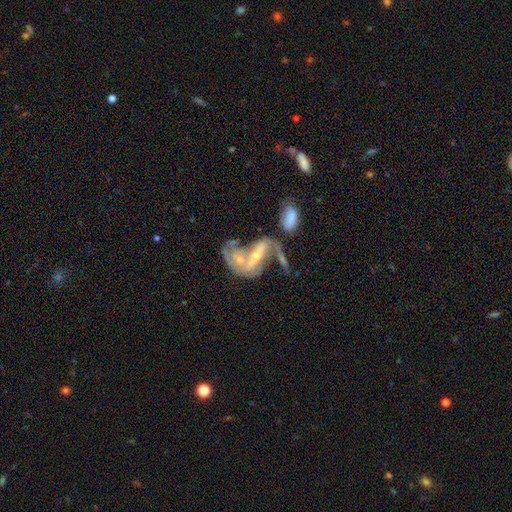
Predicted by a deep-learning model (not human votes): Smooth or featured: featured or disk — 80% (smooth — 11%)
Edge-on disk: no — 94% (yes — 6%)
Bar: strong — 40% (weak — 31%)
Spiral arms: yes — 80% (no — 20%)
Spiral winding: loose — 50% (medium — 34%)
Spiral arm count: 2 — 67% (can't tell — 16%)
Bulge size: small — 63% (moderate — 28%)
Merging: merger — 47% (major disturbance — 22%)